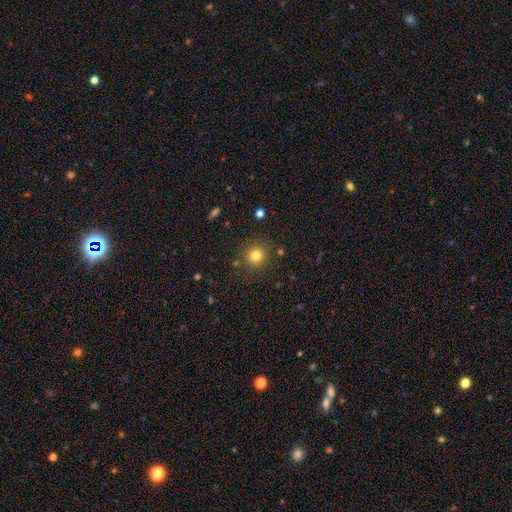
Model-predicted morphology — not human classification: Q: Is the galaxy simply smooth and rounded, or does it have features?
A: smooth — 79%.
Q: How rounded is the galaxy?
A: round — 92%.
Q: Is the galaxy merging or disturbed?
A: none — 86%.